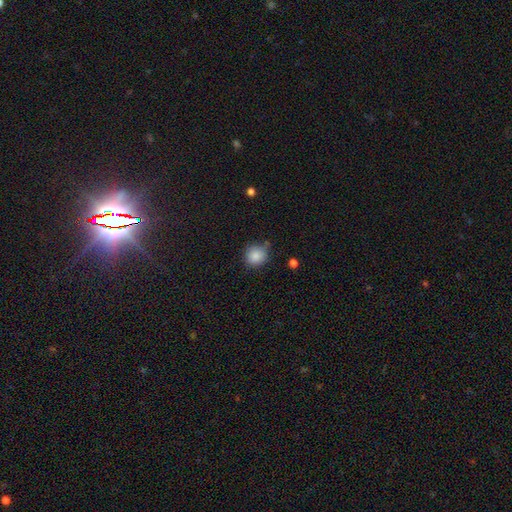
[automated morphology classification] A smooth galaxy with no disk features (87%) that is round (88%). Merging: none (74%).